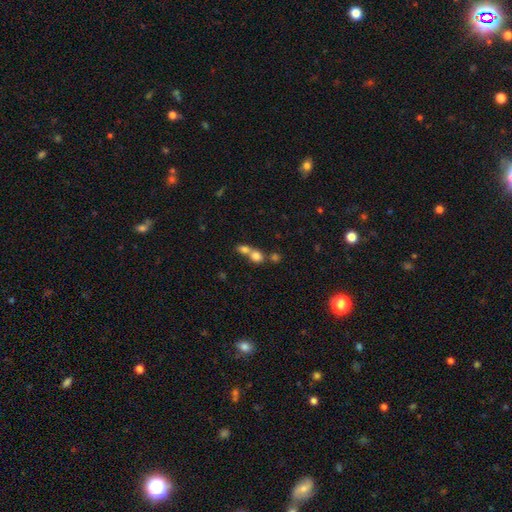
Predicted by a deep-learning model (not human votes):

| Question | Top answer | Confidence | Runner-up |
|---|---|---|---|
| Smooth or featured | smooth | 76% | featured or disk (13%) |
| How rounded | round | 68% | in between (29%) |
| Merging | merger | 66% | none (26%) |